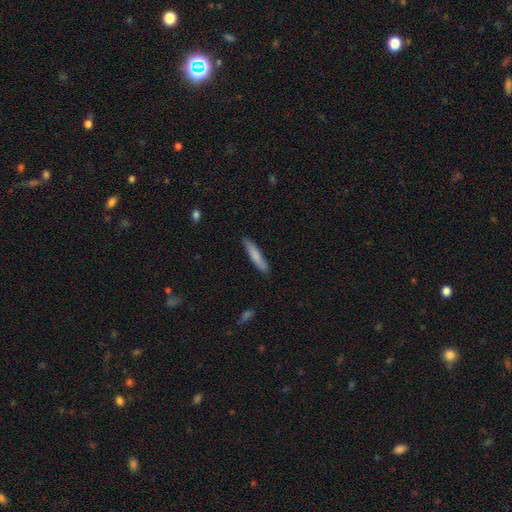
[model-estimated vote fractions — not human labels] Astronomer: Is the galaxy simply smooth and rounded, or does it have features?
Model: smooth — 77%.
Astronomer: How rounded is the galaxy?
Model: cigar-shaped — 90%.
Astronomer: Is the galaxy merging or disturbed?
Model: none — 88%.